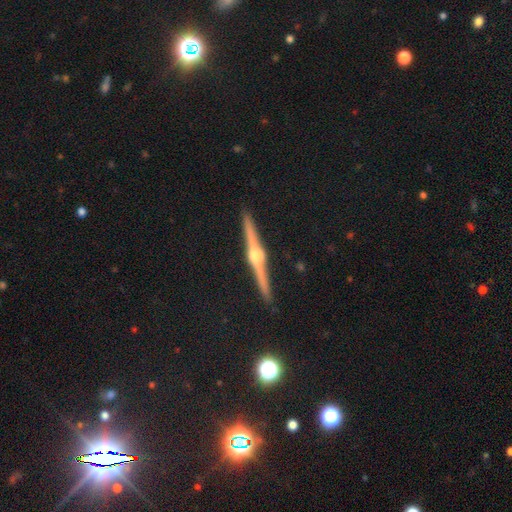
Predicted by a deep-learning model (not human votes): A featured or disk galaxy (87%) viewed edge-on (99%) with a rounded central bulge (95%).

Vote fractions:
- Smooth or featured? featured or disk: 87% / smooth: 8% / star or artifact: 6%
- Edge-on disk? yes: 99% / no: 1%
- Edge-on bulge? rounded: 95% / boxy: 3% / none: 2%
- Merging? none: 93% / minor disturbance: 5% / major disturbance: 1% / merger: 1%